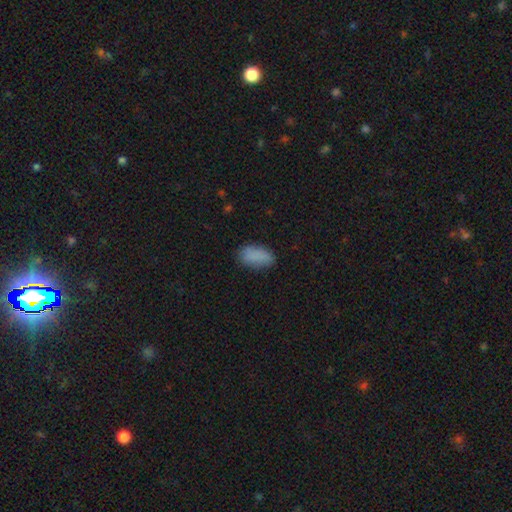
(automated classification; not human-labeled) Overall: smooth (86%). How rounded: in between (93%). Merging: none (76%).